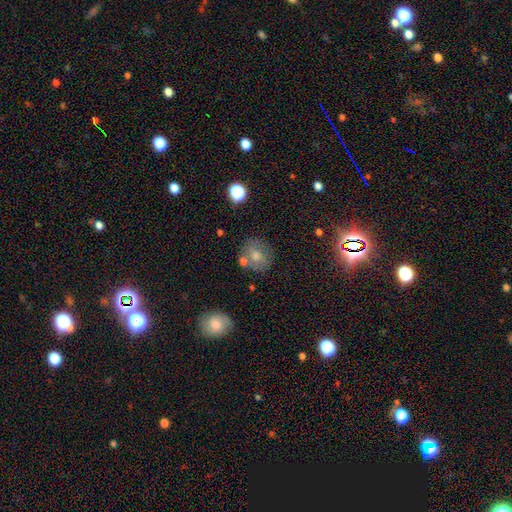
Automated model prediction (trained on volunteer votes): Smooth or featured? smooth (52%)
How rounded? round (77%)
Merging? none (74%)